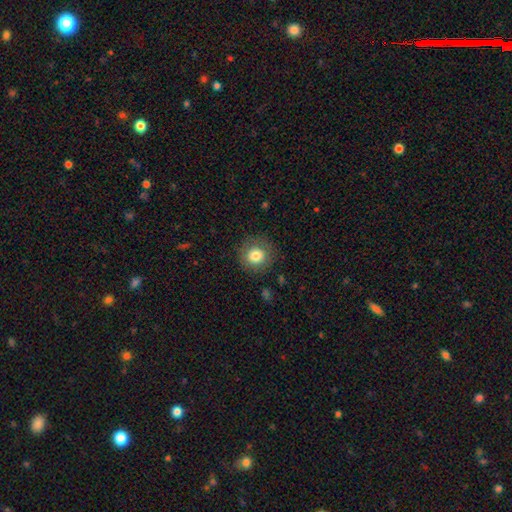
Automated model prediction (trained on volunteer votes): Smooth or featured? smooth (81%)
How rounded? round (91%)
Merging? none (86%)